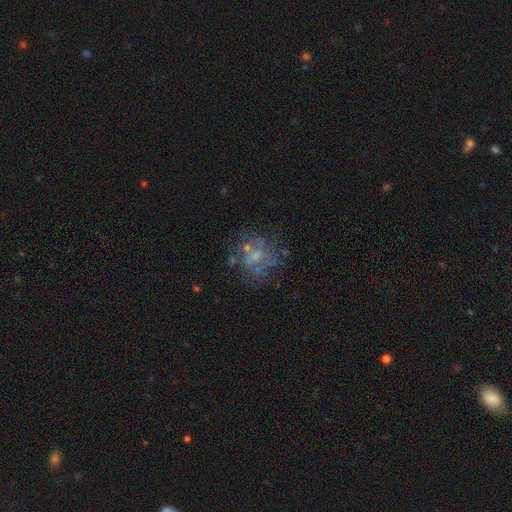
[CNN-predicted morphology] A featured or disk galaxy (59%) with no bar (81%), no spiral arms (70%) and a small central bulge (37%).

Vote fractions:
- Smooth or featured? featured or disk: 59% / smooth: 24% / star or artifact: 16%
- Edge-on disk? no: 98% / yes: 2%
- Bar? no: 81% / weak: 16% / strong: 3%
- Spiral arms? no: 70% / yes: 30%
- Bulge size? small: 37% / none: 31% / moderate: 28% / large: 3% / dominant: 1%
- Merging? none: 56% / major disturbance: 19% / minor disturbance: 17% / merger: 8%